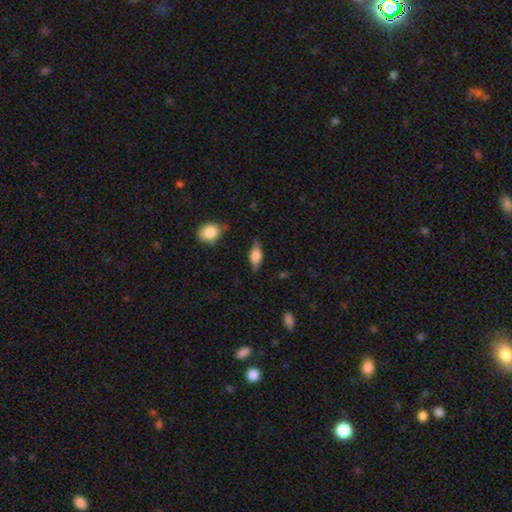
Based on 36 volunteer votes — Smooth or featured? smooth (67%)
How rounded? in between (67%)
Merging? none (73%)